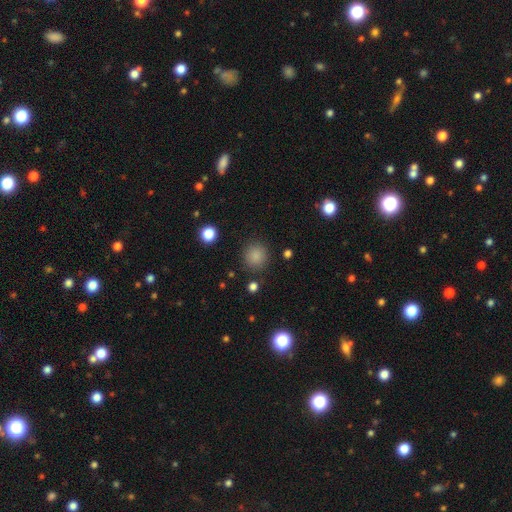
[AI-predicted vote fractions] Overall: smooth (85%). How rounded: round (91%). Merging: none (87%).